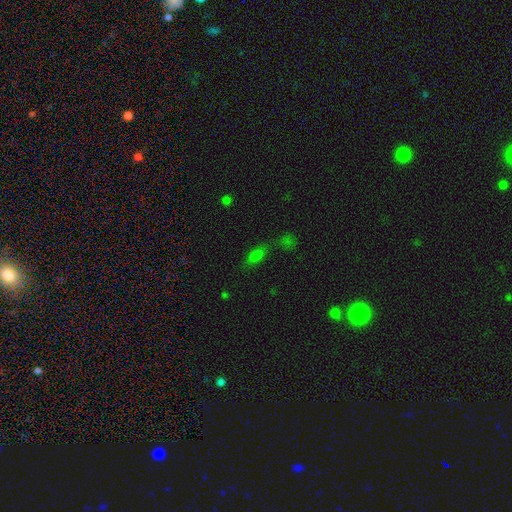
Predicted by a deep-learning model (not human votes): A smooth galaxy with no disk features (68%) that is in between round and cigar-shaped (73%).

Vote fractions:
- Smooth or featured? smooth: 68% / star or artifact: 22% / featured or disk: 11%
- How rounded? in between: 73% / cigar-shaped: 20% / round: 7%
- Merging? none: 56% / merger: 19% / minor disturbance: 17% / major disturbance: 9%